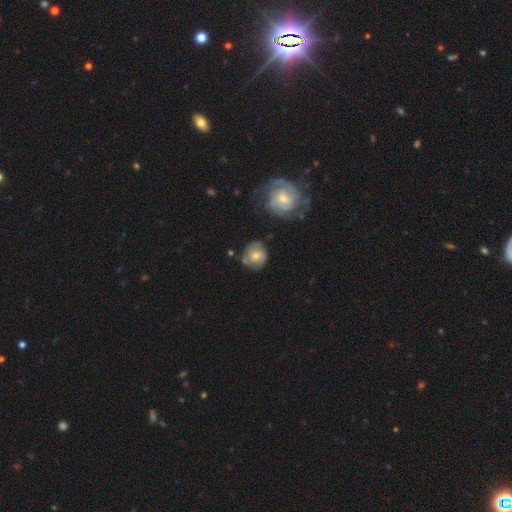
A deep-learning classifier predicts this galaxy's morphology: smooth-or-featured: featured or disk: 51% | smooth: 41% | star or artifact: 8%
  disk-edge-on: no: 96% | yes: 4%
  merging: none: 68% | minor disturbance: 20% | major disturbance: 7% | merger: 5%